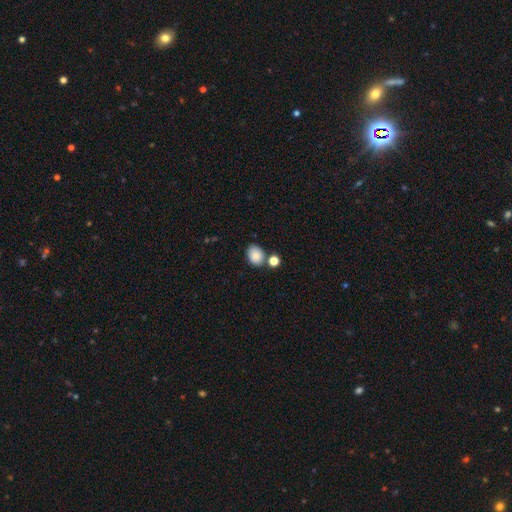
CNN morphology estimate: A smooth galaxy with no disk features (86%) that is in between round and cigar-shaped (63%). Merging: none (69%).